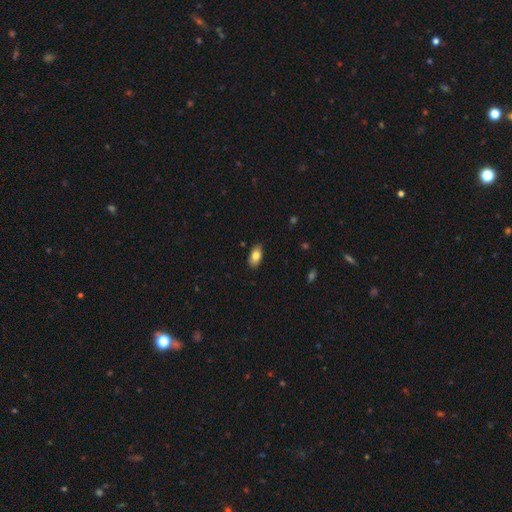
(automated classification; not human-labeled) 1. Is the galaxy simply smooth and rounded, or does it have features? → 81% smooth, 11% featured or disk, 7% star or artifact.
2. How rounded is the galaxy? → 91% in between, 5% round, 4% cigar-shaped.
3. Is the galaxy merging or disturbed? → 85% none, 12% minor disturbance, 2% major disturbance, 1% merger.